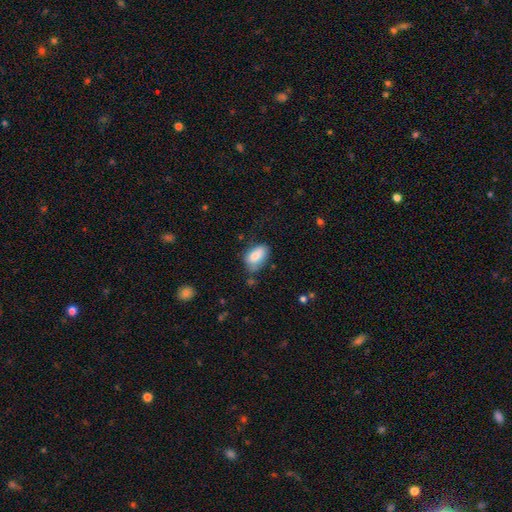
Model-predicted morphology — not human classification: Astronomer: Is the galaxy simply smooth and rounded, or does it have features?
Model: smooth — 81%.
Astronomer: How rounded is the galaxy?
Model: in between — 92%.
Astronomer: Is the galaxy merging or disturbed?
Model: none — 57%.